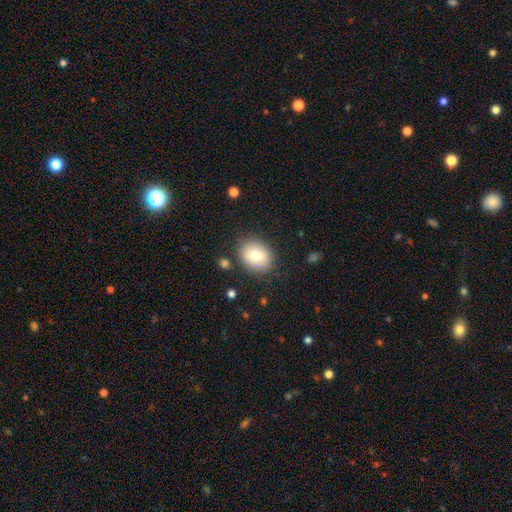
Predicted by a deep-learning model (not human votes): Overall: smooth (81%). How rounded: in between (58%; round 41%). Merging: none (80%).